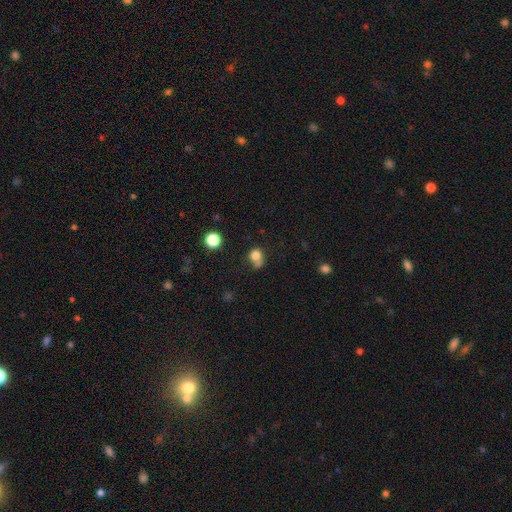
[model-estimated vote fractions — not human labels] smooth_or_featured: smooth (p=0.78) [alt: star or artifact p=0.13]
how_rounded: round (p=0.78) [alt: in between p=0.21]
merging: none (p=0.46) [alt: merger p=0.28]